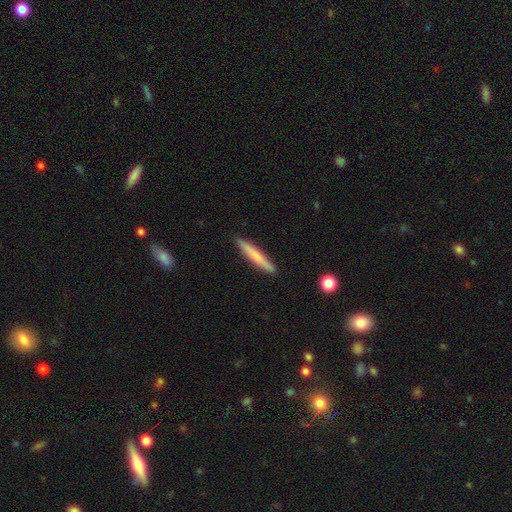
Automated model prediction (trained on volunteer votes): This appears to be a smooth galaxy with no disk features (66%) that is cigar-shaped (95%). Merging: none (90%).